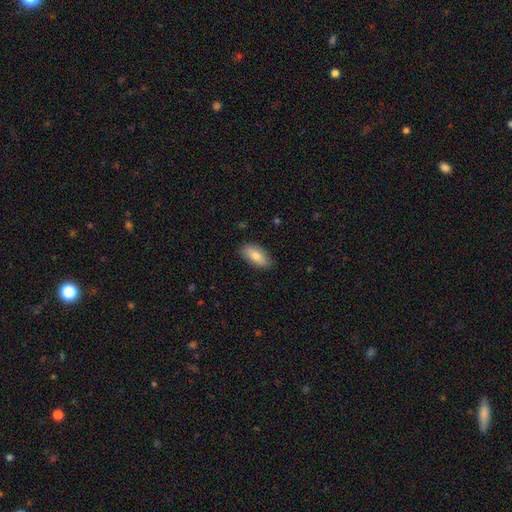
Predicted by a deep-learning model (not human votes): Smooth or featured? smooth (78%)
How rounded? in between (87%)
Merging? none (83%)